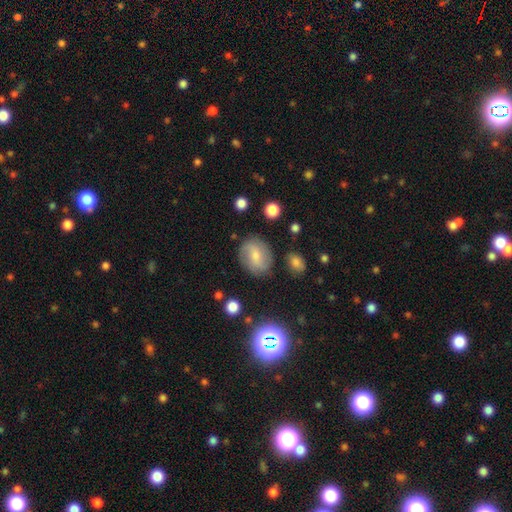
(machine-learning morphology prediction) smooth 55%, featured or disk 37%, star or artifact 9%. Down the decision tree: how rounded — in between (50%); merging — none (79%).